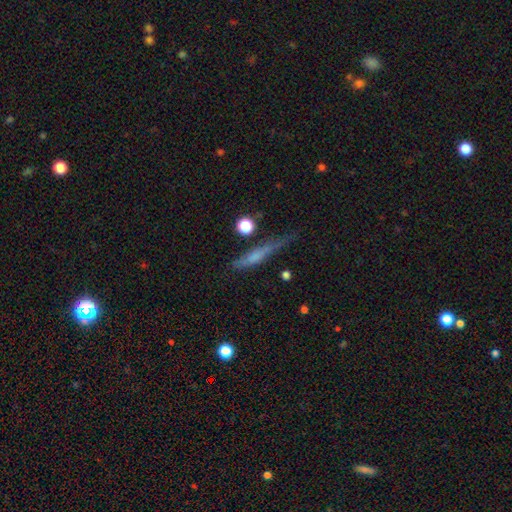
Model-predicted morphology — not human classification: Smooth or featured? Predicted: smooth (p=0.49). Merging? Predicted: none (p=0.62).